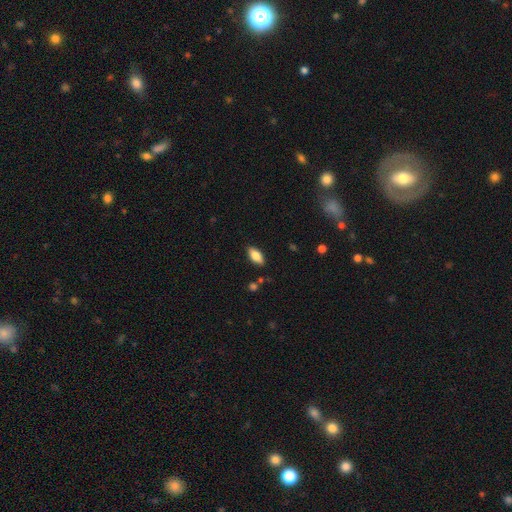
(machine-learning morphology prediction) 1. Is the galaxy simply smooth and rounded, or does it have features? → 80% smooth, 13% featured or disk, 7% star or artifact.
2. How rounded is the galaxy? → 88% in between, 10% cigar-shaped, 2% round.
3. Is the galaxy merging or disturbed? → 85% none, 11% minor disturbance, 2% major disturbance, 2% merger.